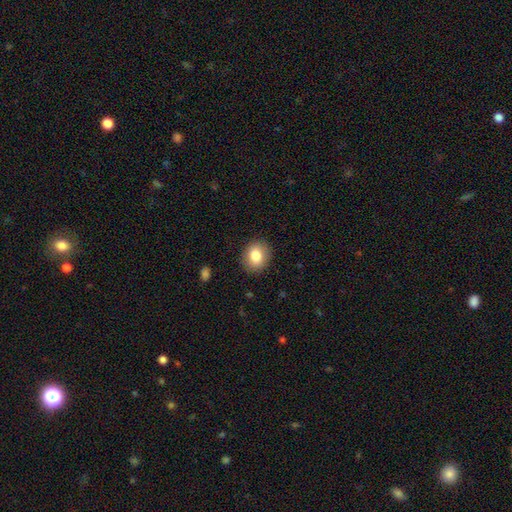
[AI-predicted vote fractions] Smooth or featured? Predicted: smooth (p=0.82). How rounded? Predicted: round (p=0.57). Merging? Predicted: none (p=0.89).